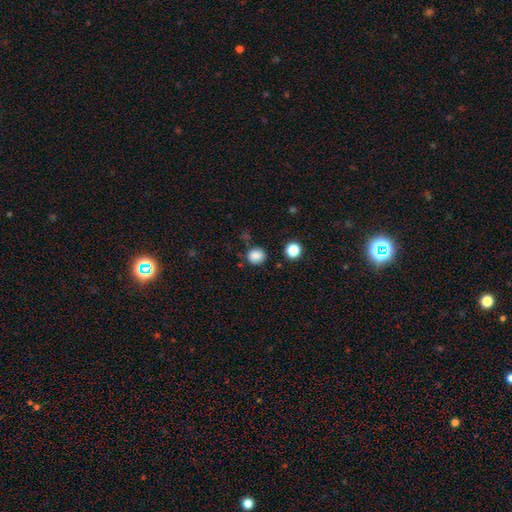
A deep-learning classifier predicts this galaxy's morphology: A smooth galaxy with no disk features (85%) that is round (79%).

Vote fractions:
- Smooth or featured? smooth: 85% / star or artifact: 11% / featured or disk: 4%
- How rounded? round: 79% / in between: 20% / cigar-shaped: 1%
- Merging? none: 79% / minor disturbance: 13% / merger: 4% / major disturbance: 4%